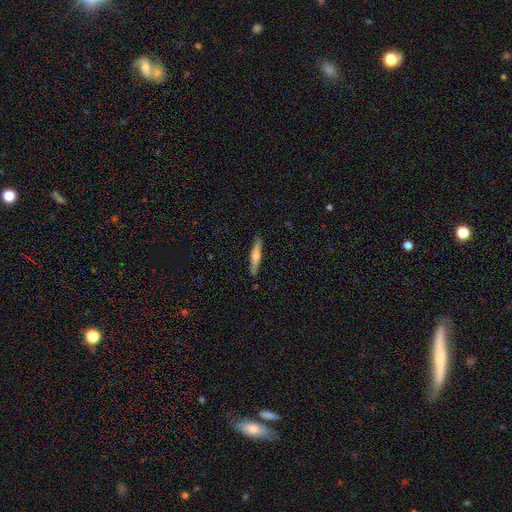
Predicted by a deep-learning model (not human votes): Overall: featured or disk (49%; smooth 45%). Merging: none (82%).